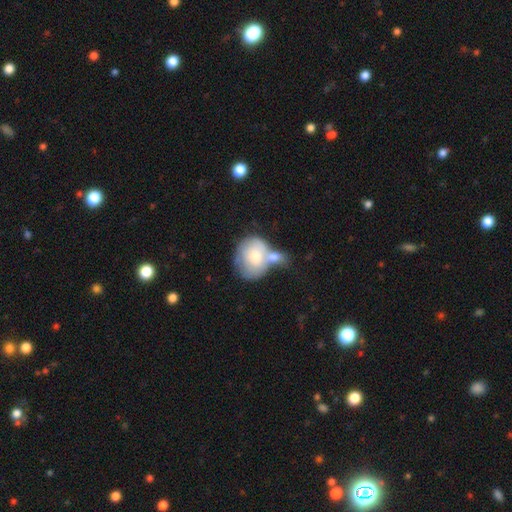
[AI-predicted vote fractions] This appears to be a smooth galaxy with no disk features (66%) that is round (62%). Merging: merger (54%).